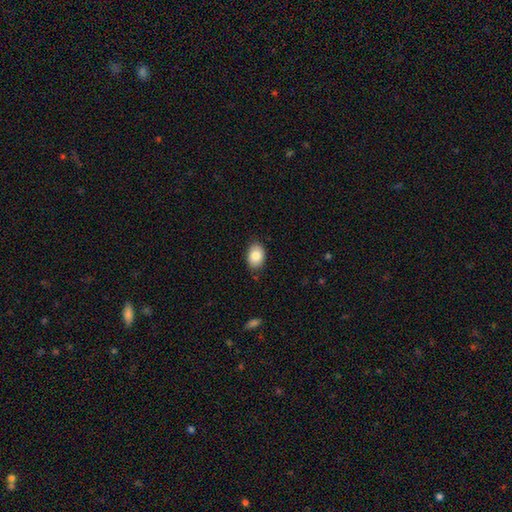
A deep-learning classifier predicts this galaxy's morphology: The model was most divided on "how rounded": in between: 80%, round: 19%, cigar-shaped: 1%. More confident: smooth or featured — smooth (85%); merging — none (84%).